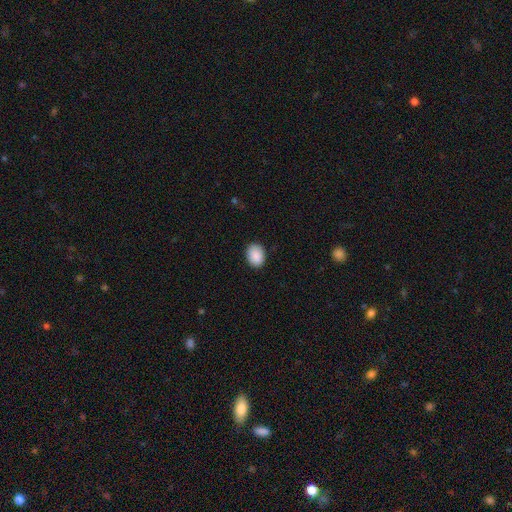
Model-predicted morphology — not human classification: Q: Smooth or featured?
A: smooth (89%); runner-up: star or artifact (7%)
Q: How rounded?
A: in between (61%); runner-up: round (38%)
Q: Merging?
A: none (86%); runner-up: minor disturbance (11%)